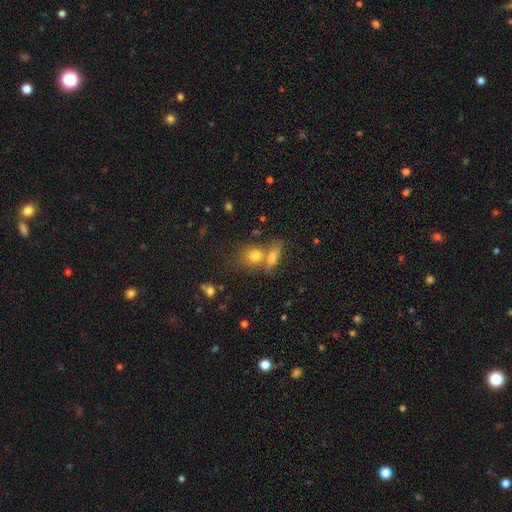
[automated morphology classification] smooth_or_featured: smooth (p=0.75) [alt: featured or disk p=0.13]
how_rounded: round (p=0.57) [alt: in between p=0.38]
merging: none (p=0.48) [alt: merger p=0.38]